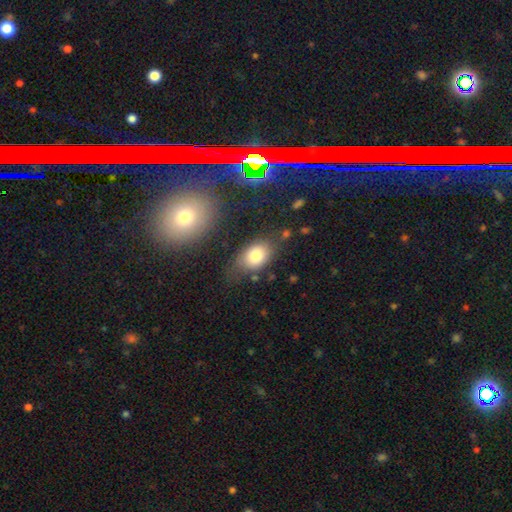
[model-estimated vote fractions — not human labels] This is likely a smooth galaxy (79%). How rounded: likely in between (80%). Merging: likely none (66%).